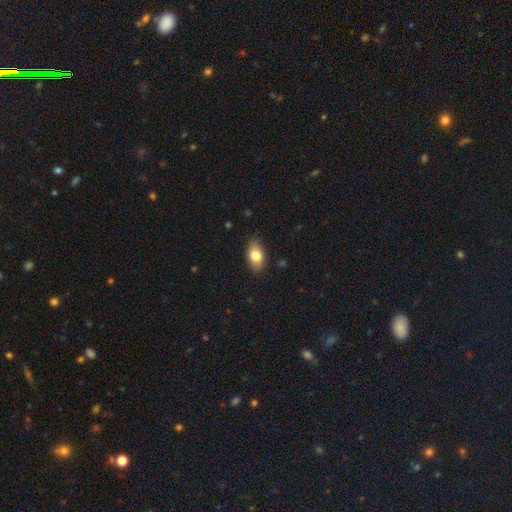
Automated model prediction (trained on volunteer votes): A smooth galaxy with no disk features (80%) that is in between round and cigar-shaped (91%).

Vote fractions:
- Smooth or featured? smooth: 80% / featured or disk: 13% / star or artifact: 7%
- How rounded? in between: 91% / round: 7% / cigar-shaped: 2%
- Merging? none: 85% / minor disturbance: 12% / major disturbance: 2% / merger: 1%